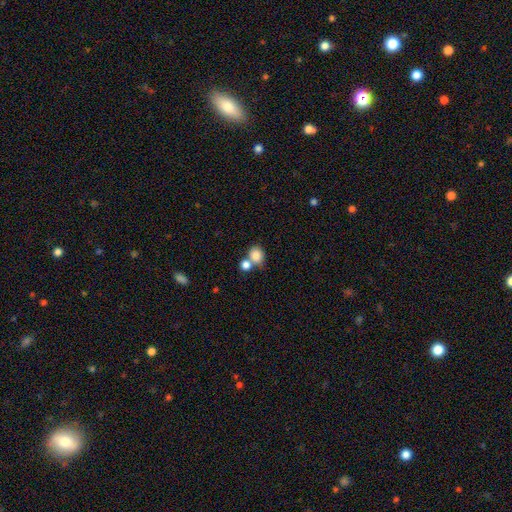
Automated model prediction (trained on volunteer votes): A smooth galaxy with no disk features (83%) that is round (63%).

Vote fractions:
- Smooth or featured? smooth: 83% / star or artifact: 9% / featured or disk: 8%
- How rounded? round: 63% / in between: 36% / cigar-shaped: 1%
- Merging? merger: 45% / none: 42% / minor disturbance: 9% / major disturbance: 4%